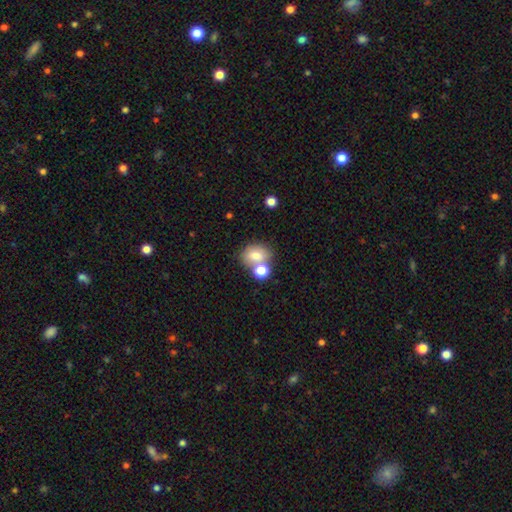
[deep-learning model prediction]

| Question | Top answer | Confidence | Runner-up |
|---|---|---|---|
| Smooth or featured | smooth | 74% | featured or disk (15%) |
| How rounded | in between | 50% | round (48%) |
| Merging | none | 48% | merger (36%) |